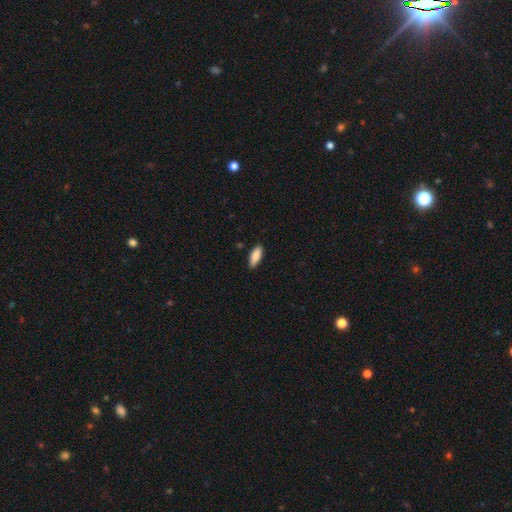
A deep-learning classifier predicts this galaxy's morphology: smooth_or_featured: smooth (p=0.89) [alt: star or artifact p=0.06]
how_rounded: in between (p=0.76) [alt: cigar-shaped p=0.22]
merging: none (p=0.87) [alt: minor disturbance p=0.10]